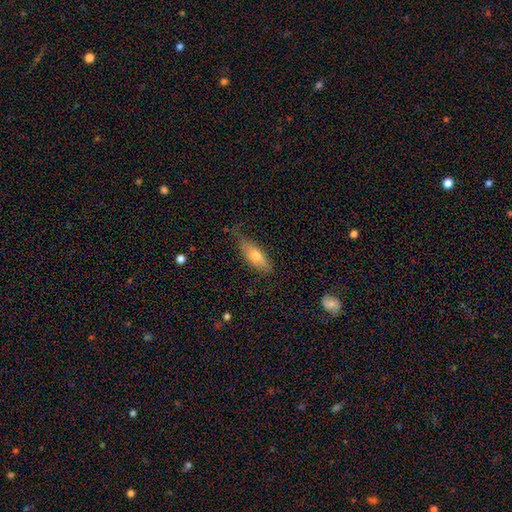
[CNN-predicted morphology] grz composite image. It shows a smooth galaxy with no disk features (64%) that is in between round and cigar-shaped (61%). Merging: none (56%).